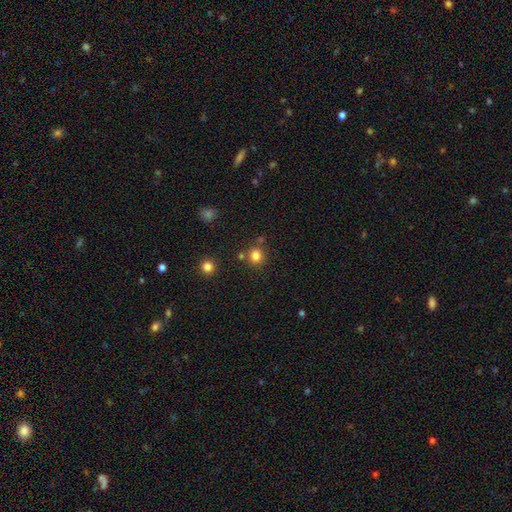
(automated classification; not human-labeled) Smooth or featured? smooth (82%)
How rounded? round (89%)
Merging? none (80%)